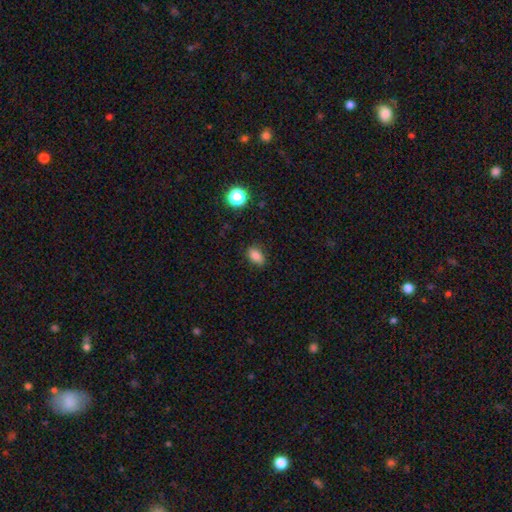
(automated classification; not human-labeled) Overall: smooth (83%). How rounded: in between (84%). Merging: none (82%).